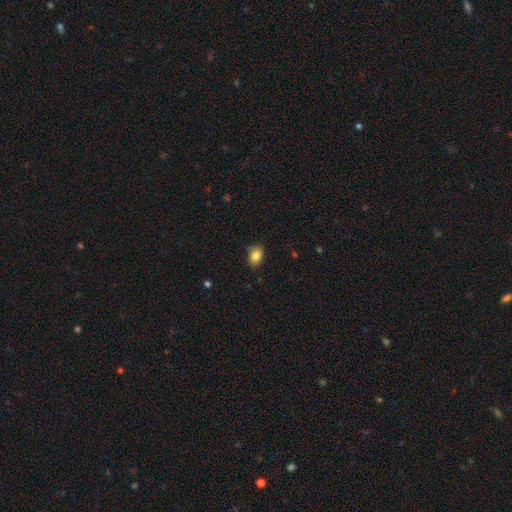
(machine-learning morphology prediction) Smooth or featured?
  - smooth: 84% *
  - star or artifact: 9%
  - featured or disk: 7%
How rounded?
  - in between: 78% *
  - round: 21%
  - cigar-shaped: 1%
Merging?
  - none: 78% *
  - minor disturbance: 18%
  - major disturbance: 3%
  - merger: 1%